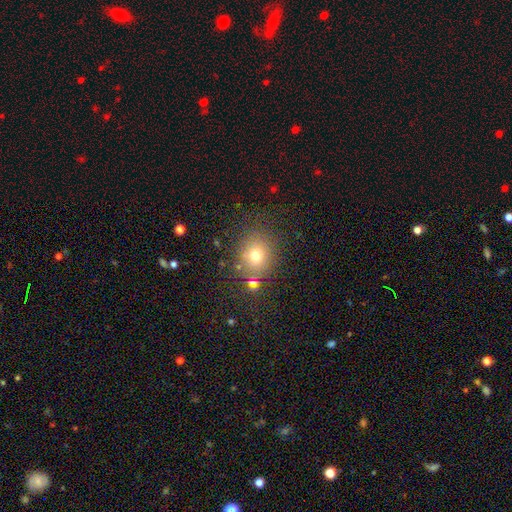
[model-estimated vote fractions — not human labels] This is likely a smooth galaxy (72%). How rounded: likely round (63%). Merging: likely none (78%).